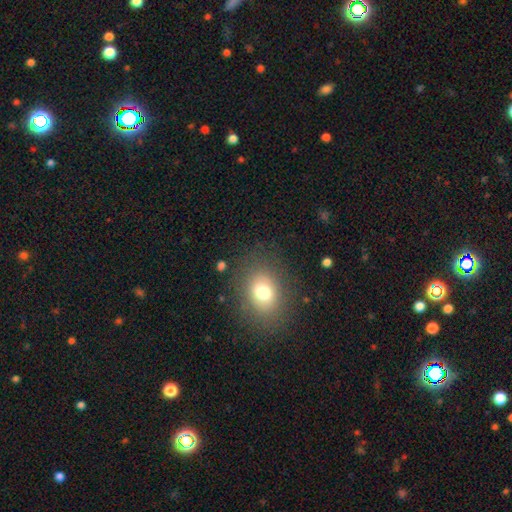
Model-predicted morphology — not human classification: This appears to be a smooth galaxy with no disk features (67%) that is in between round and cigar-shaped (59%). Merging: none (89%).